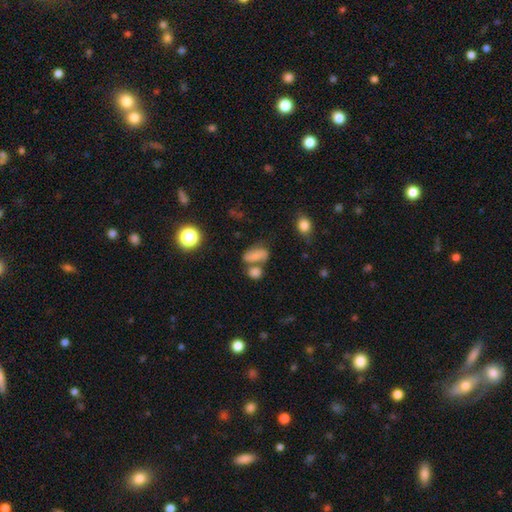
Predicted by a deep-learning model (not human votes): smooth-or-featured: smooth: 61% | featured or disk: 24% | star or artifact: 15%
  how-rounded: in between: 78% | round: 15% | cigar-shaped: 7%
  merging: merger: 38% | none: 36% | minor disturbance: 15% | major disturbance: 11%